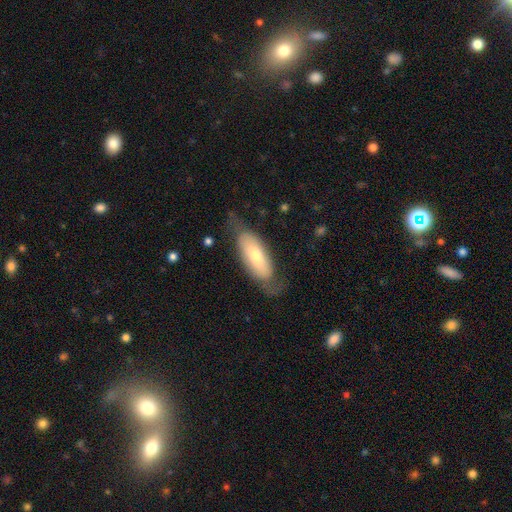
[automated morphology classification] type=smooth (54%); roundness=in between (76%); merging=none (60%).